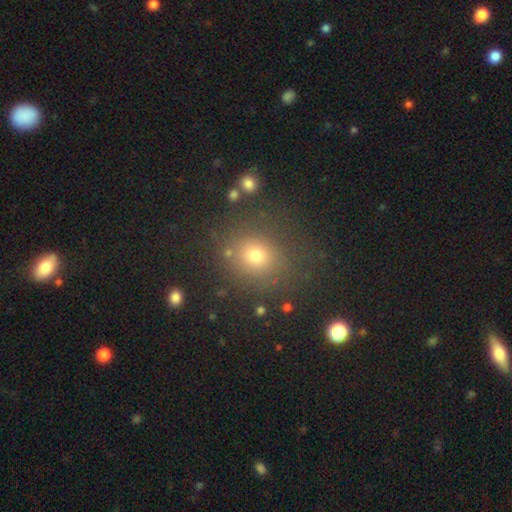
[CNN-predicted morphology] A smooth galaxy with no disk features (71%) that is round (79%).

Vote fractions:
- Smooth or featured? smooth: 71% / star or artifact: 20% / featured or disk: 9%
- How rounded? round: 79% / in between: 20% / cigar-shaped: 1%
- Merging? none: 82% / minor disturbance: 10% / major disturbance: 5% / merger: 4%